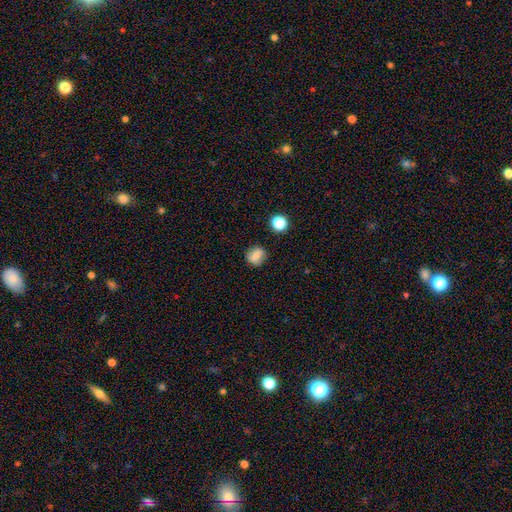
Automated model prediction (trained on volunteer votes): smooth-or-featured: smooth: 76% | featured or disk: 12% | star or artifact: 12%
  how-rounded: round: 68% | in between: 30% | cigar-shaped: 2%
  merging: none: 79% | minor disturbance: 14% | major disturbance: 4% | merger: 3%